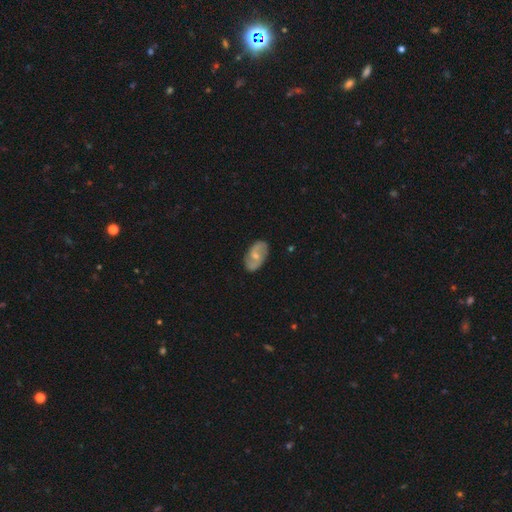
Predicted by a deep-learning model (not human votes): smooth_or_featured: featured or disk (p=0.65) [alt: smooth p=0.29]
disk_edge_on: no (p=0.96) [alt: yes p=0.04]
bar: no (p=0.46) [alt: weak p=0.44]
has_spiral_arms: yes (p=0.83) [alt: no p=0.17]
spiral_winding: medium (p=0.43) [alt: loose p=0.37]
spiral_arm_count: 2 (p=0.87) [alt: can't tell p=0.08]
bulge_size: small (p=0.48) [alt: moderate p=0.45]
merging: none (p=0.83) [alt: minor disturbance p=0.12]